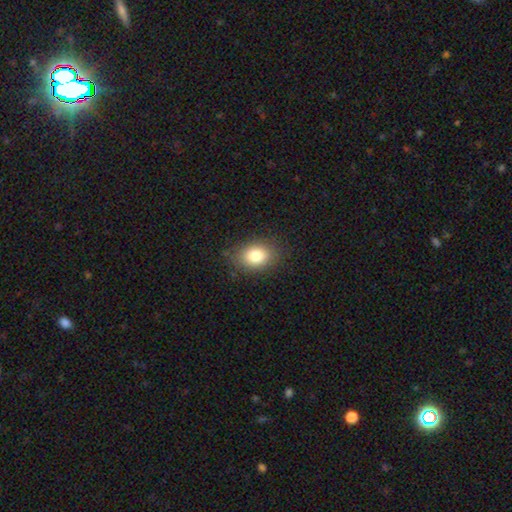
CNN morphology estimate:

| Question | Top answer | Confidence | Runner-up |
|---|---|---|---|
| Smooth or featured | smooth | 80% | star or artifact (10%) |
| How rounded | in between | 68% | round (31%) |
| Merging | none | 84% | minor disturbance (11%) |